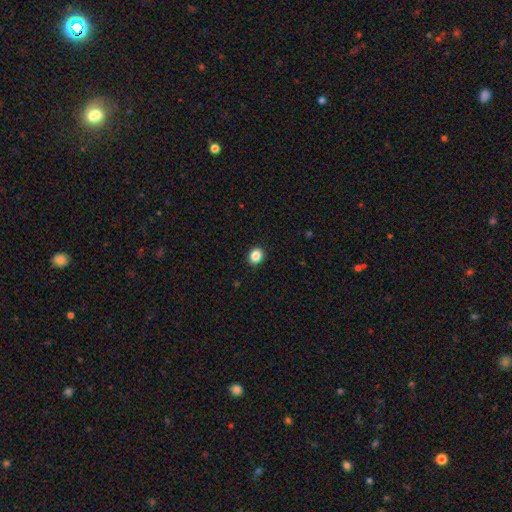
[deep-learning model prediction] smooth_or_featured: smooth (p=0.87) [alt: star or artifact p=0.10]
how_rounded: round (p=0.64) [alt: in between p=0.35]
merging: none (p=0.92) [alt: minor disturbance p=0.06]